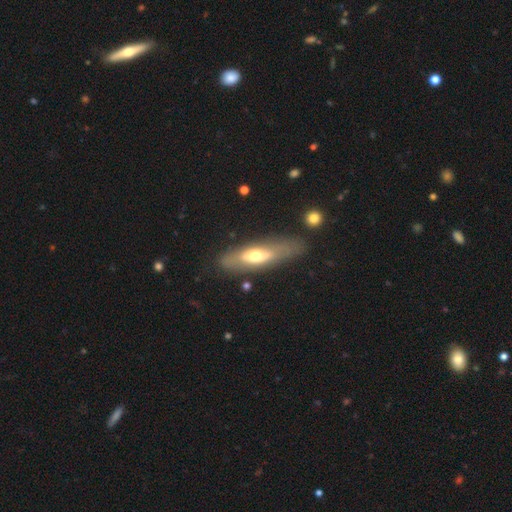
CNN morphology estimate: This appears to be a featured or disk galaxy (49%). Merging: none (75%).